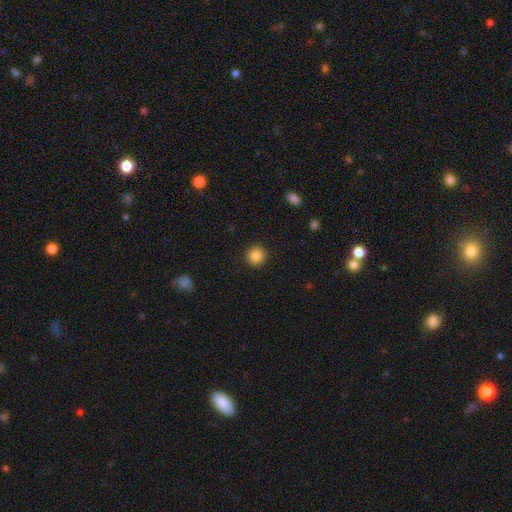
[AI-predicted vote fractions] Overall: smooth (86%). How rounded: round (94%). Merging: none (92%).